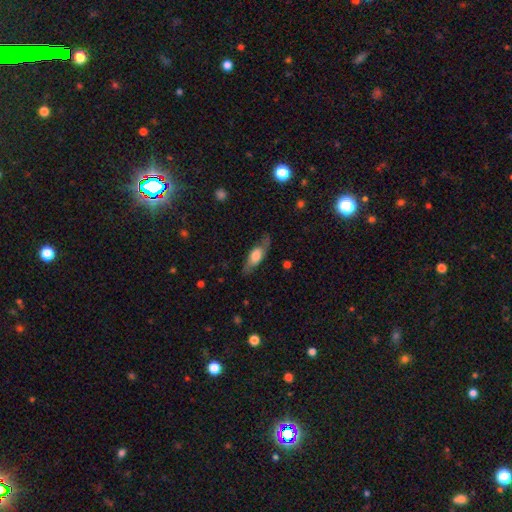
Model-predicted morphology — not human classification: smooth 54%, featured or disk 40%, star or artifact 6%. Down the decision tree: how rounded — in between (64%); merging — none (69%).